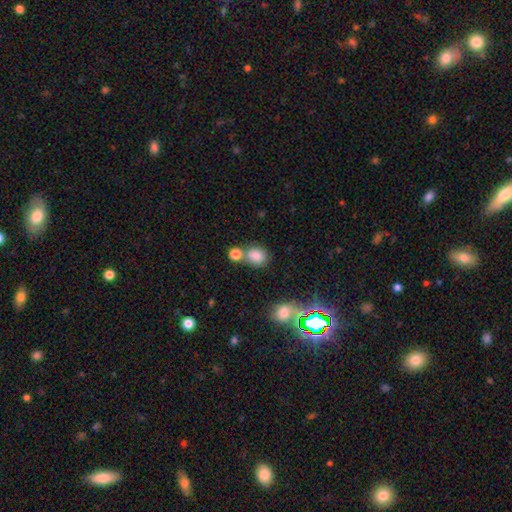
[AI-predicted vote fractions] This appears to be a smooth galaxy with no disk features (81%) that is round (55%). Merging: none (52%).